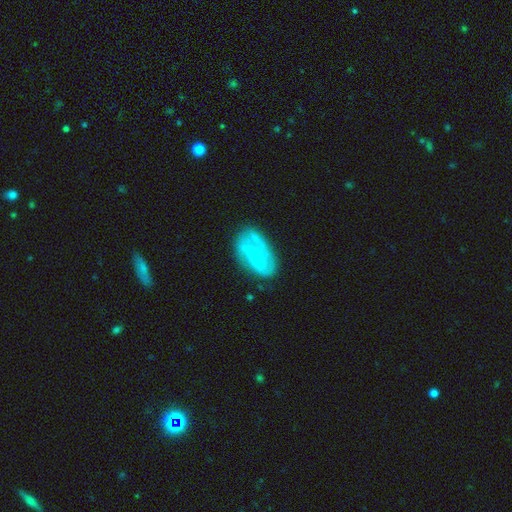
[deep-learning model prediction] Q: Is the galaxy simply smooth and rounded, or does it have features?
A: featured or disk — 65%.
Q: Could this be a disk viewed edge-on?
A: no — 95%.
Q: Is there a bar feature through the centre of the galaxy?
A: strong — 42%.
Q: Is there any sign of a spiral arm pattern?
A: yes — 67%.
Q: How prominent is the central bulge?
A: none — 47%.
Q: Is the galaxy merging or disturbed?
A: none — 52%.